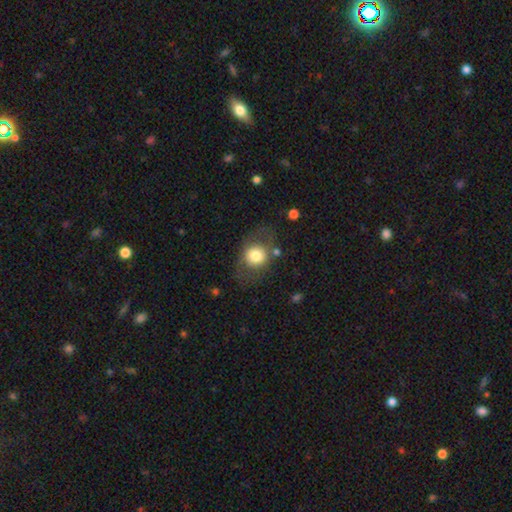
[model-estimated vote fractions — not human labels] smooth_or_featured: smooth (p=0.72) [alt: featured or disk p=0.20]
how_rounded: round (p=0.65) [alt: in between p=0.34]
merging: none (p=0.67) [alt: minor disturbance p=0.17]